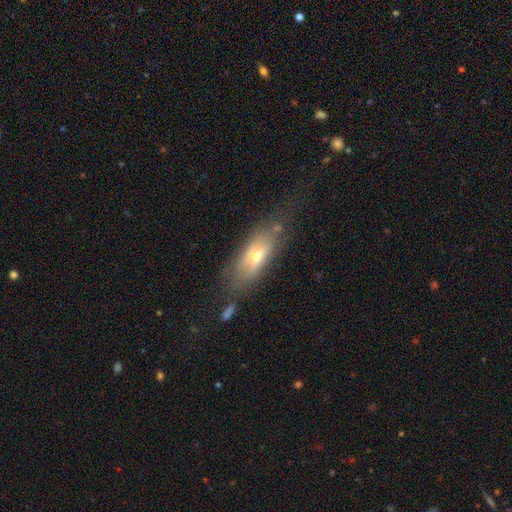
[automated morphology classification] This appears to be a smooth galaxy with no disk features (49%). Merging: none (61%).